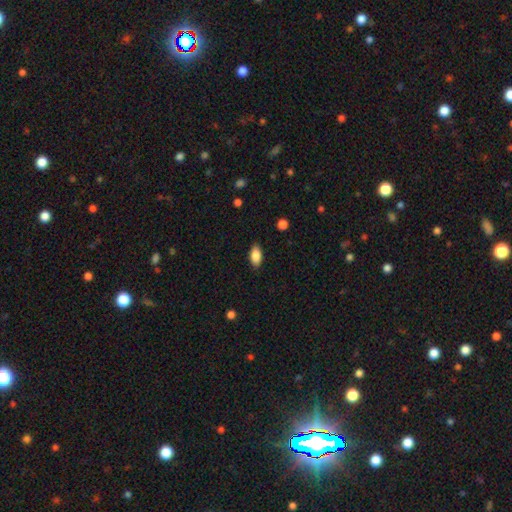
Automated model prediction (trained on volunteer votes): smooth_or_featured: smooth (p=0.86) [alt: star or artifact p=0.07]
how_rounded: in between (p=0.90) [alt: cigar-shaped p=0.06]
merging: none (p=0.86) [alt: minor disturbance p=0.10]